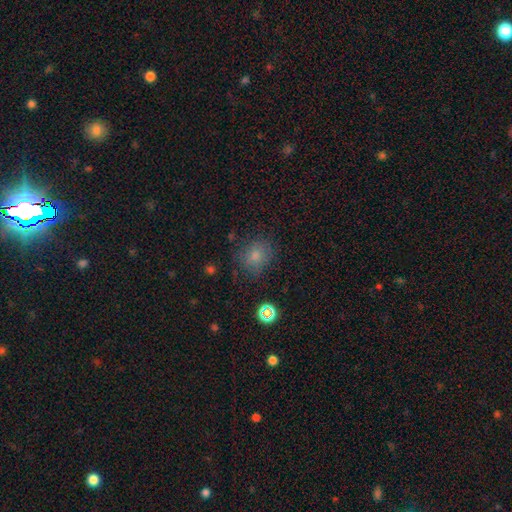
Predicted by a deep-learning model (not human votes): Smooth or featured: smooth — 76% (star or artifact — 16%)
How rounded: round — 70% (in between — 29%)
Merging: none — 76% (minor disturbance — 16%)